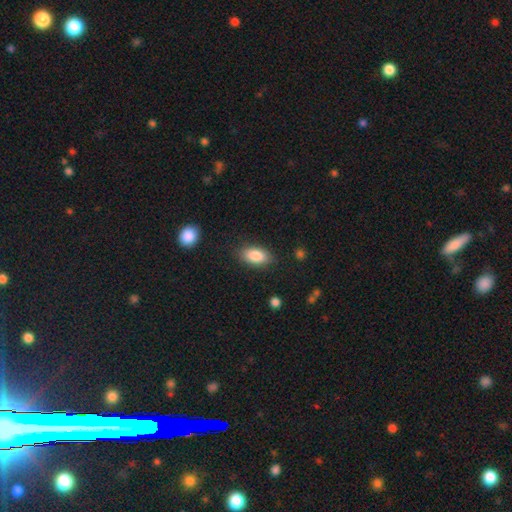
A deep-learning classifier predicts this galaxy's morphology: type=smooth (87%); roundness=in between (91%); merging=none (84%).